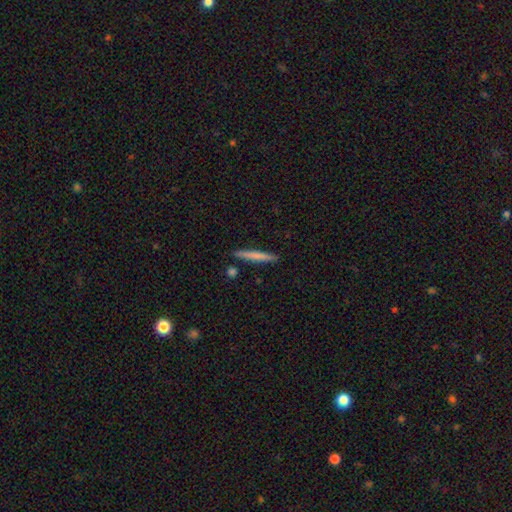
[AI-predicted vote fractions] A smooth galaxy with no disk features (68%) that is cigar-shaped (96%). Merging: none (88%).